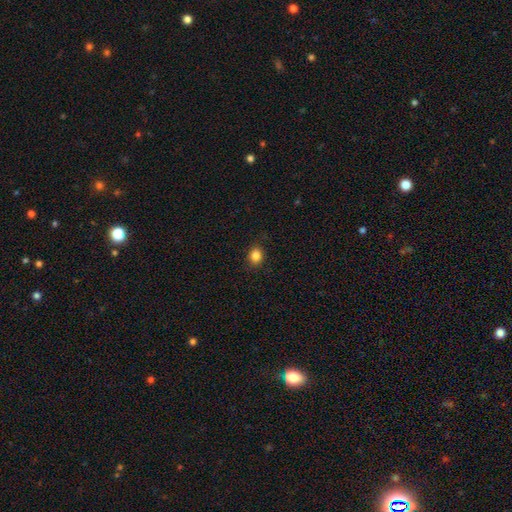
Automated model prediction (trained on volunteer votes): This is clearly a smooth galaxy (85%). How rounded: likely round (66%). Merging: clearly none (88%).